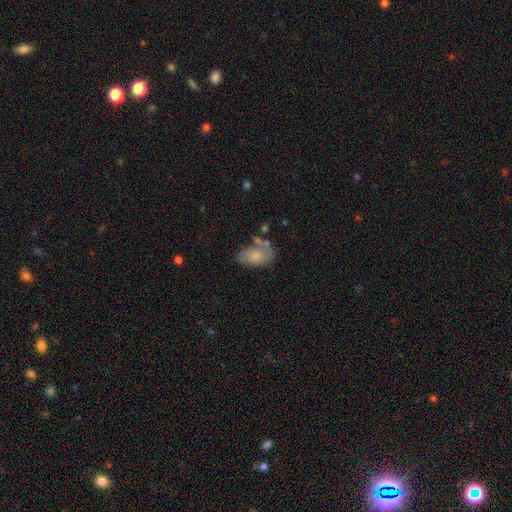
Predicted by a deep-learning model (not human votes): Overall: smooth (52%; featured or disk 40%). How rounded: in between (88%). Merging: none (48%; minor disturbance 26%).